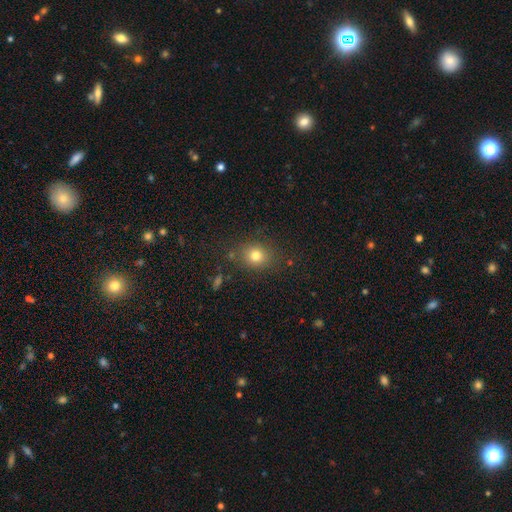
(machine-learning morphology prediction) Smooth or featured?
  - smooth: 78% *
  - star or artifact: 14%
  - featured or disk: 8%
How rounded?
  - round: 67% *
  - in between: 32%
  - cigar-shaped: 1%
Merging?
  - none: 81% *
  - minor disturbance: 12%
  - major disturbance: 5%
  - merger: 3%